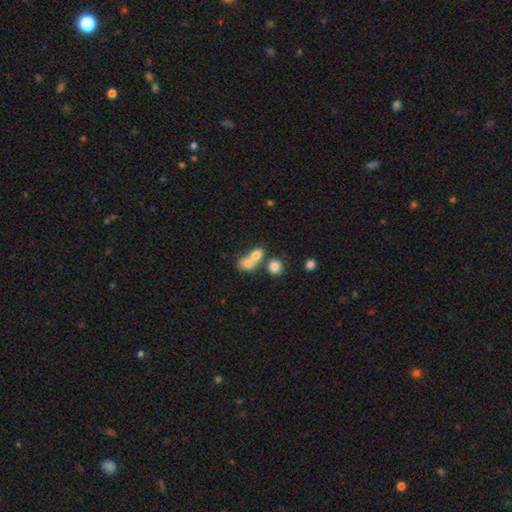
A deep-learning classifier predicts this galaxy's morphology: This appears to be a smooth galaxy with no disk features (75%) that is in between round and cigar-shaped (53%). Merging: merger (62%).